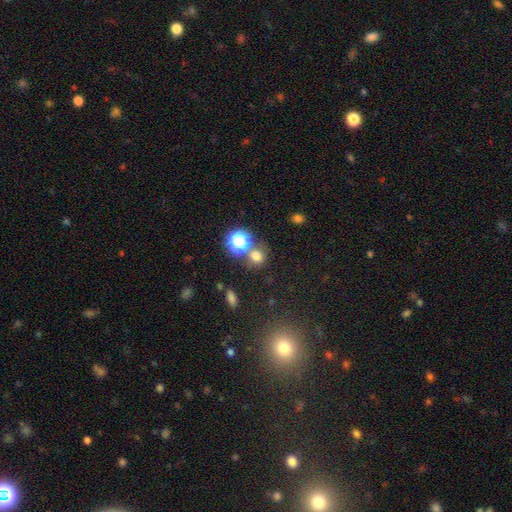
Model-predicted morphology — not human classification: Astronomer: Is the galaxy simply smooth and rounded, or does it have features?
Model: smooth — 68%.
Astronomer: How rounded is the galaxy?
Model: round — 79%.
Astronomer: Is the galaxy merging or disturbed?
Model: none — 67%.